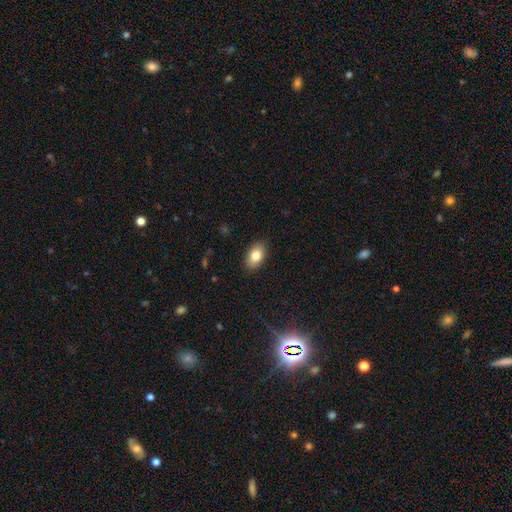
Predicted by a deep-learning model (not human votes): smooth_or_featured: smooth (p=0.81) [alt: featured or disk p=0.12]
how_rounded: in between (p=0.92) [alt: round p=0.06]
merging: none (p=0.88) [alt: minor disturbance p=0.09]